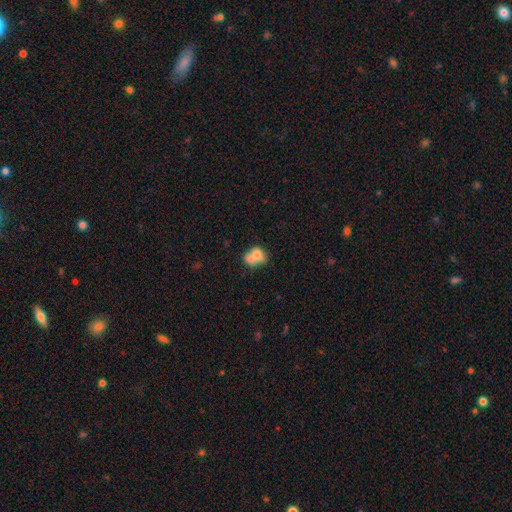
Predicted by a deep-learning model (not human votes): The model was most divided on "how rounded": in between: 55%, round: 44%, cigar-shaped: 1%. More confident: smooth or featured — smooth (70%); merging — merger (62%).